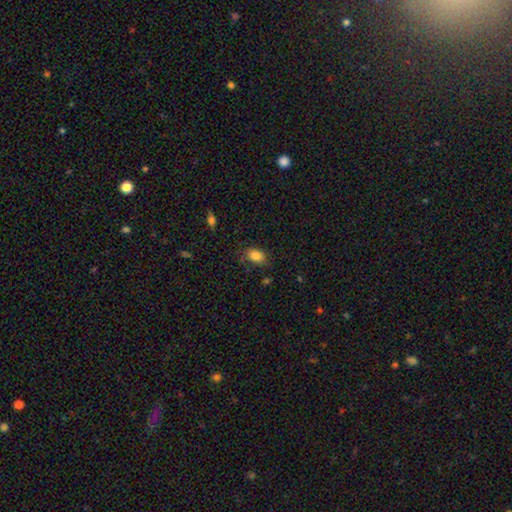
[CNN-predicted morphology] A smooth galaxy with no disk features (84%) that is in between round and cigar-shaped (81%). Merging: none (73%).